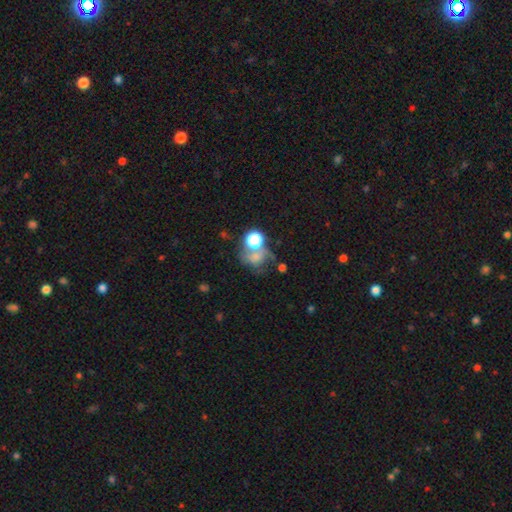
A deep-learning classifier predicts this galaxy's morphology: type=smooth (52%); roundness=round (63%); merging=none (32%).